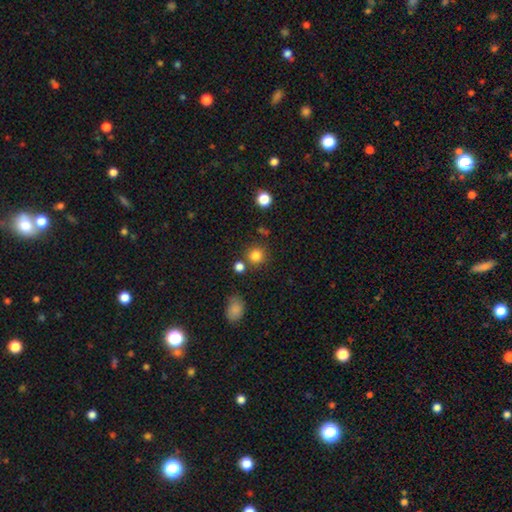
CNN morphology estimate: smooth 81%, star or artifact 13%, featured or disk 5%. Down the decision tree: how rounded — round (90%); merging — none (78%).